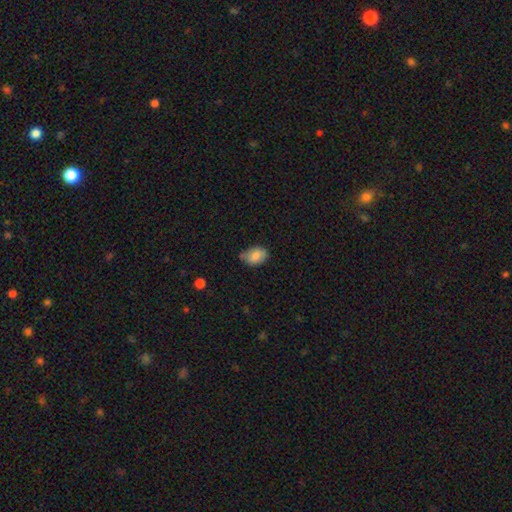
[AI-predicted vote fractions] This appears to be a smooth galaxy with no disk features (74%) that is in between round and cigar-shaped (78%). Merging: none (64%).